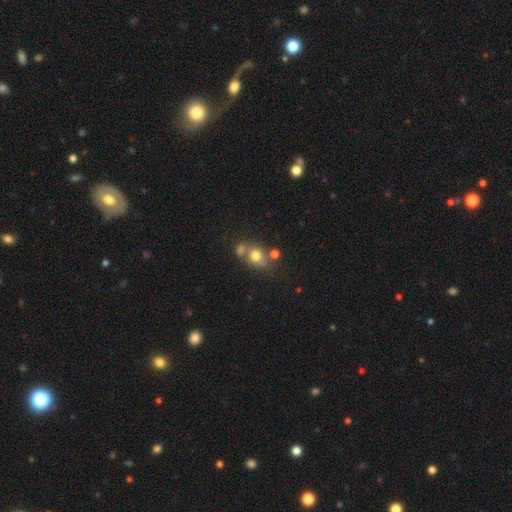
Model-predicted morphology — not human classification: type=smooth (72%); roundness=round (61%); merging=none (50%).